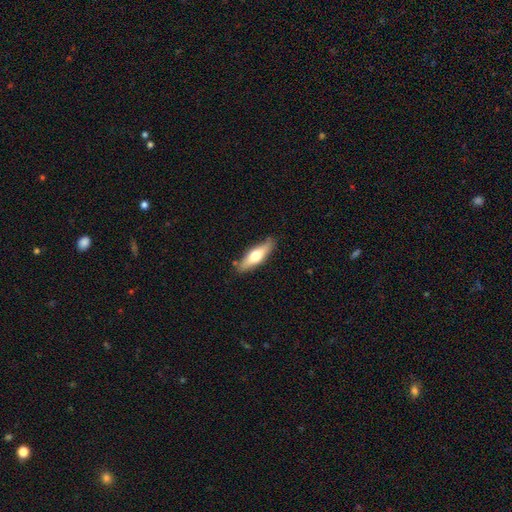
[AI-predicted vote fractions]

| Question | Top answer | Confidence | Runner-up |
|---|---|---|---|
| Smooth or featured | smooth | 52% | featured or disk (42%) |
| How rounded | cigar-shaped | 58% | in between (39%) |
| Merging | none | 84% | minor disturbance (12%) |